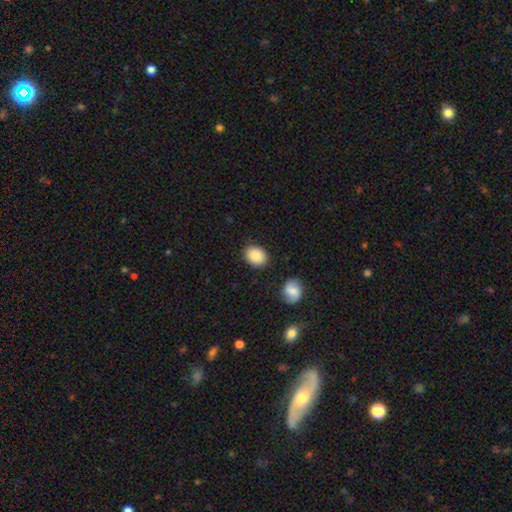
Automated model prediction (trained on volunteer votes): smooth-or-featured: smooth: 87% | star or artifact: 7% | featured or disk: 5%
  how-rounded: in between: 55% | round: 45% | cigar-shaped: 1%
  merging: none: 85% | minor disturbance: 10% | merger: 3% | major disturbance: 2%